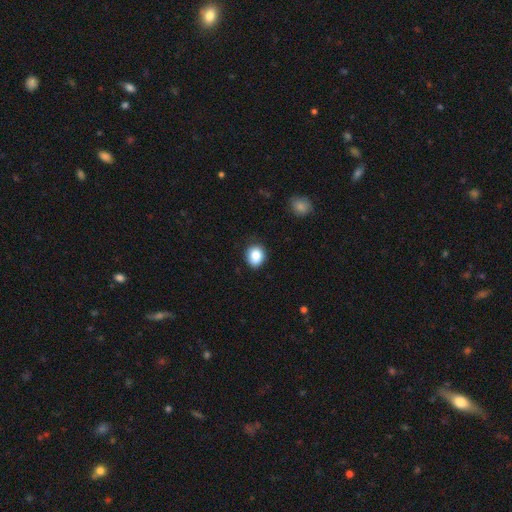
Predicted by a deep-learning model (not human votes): Smooth or featured? smooth (87%)
How rounded? round (61%)
Merging? none (82%)